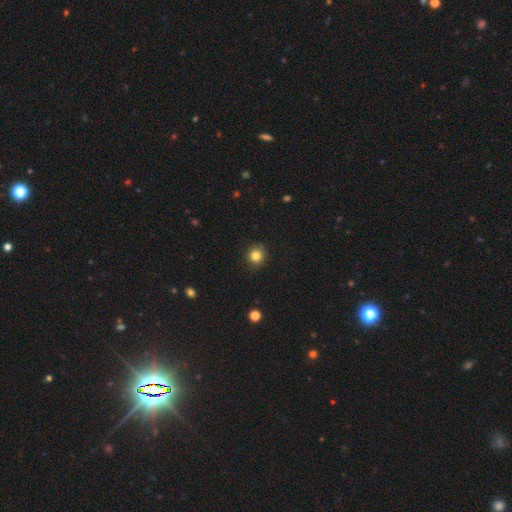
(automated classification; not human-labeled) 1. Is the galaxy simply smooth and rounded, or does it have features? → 84% smooth, 12% star or artifact, 5% featured or disk.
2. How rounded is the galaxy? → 89% round, 10% in between, 1% cigar-shaped.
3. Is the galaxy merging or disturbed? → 90% none, 7% minor disturbance, 2% major disturbance, 1% merger.